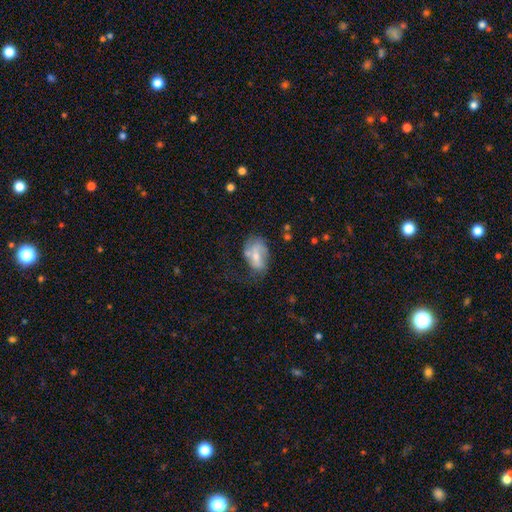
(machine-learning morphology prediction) This is possibly a smooth galaxy (50%). Merging: marginally none (39%).